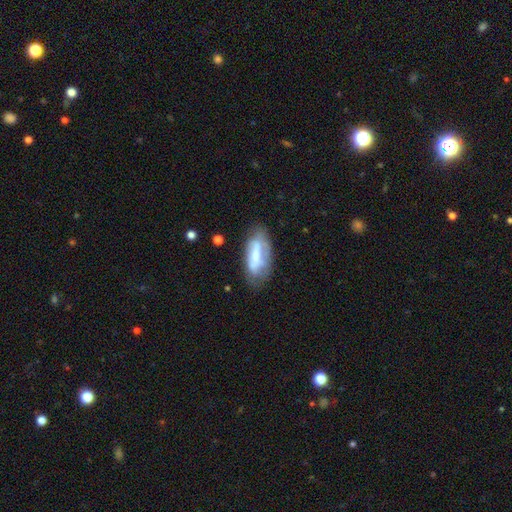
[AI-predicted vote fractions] Q: Smooth or featured?
A: featured or disk (49%); runner-up: smooth (44%)
Q: Merging?
A: none (60%); runner-up: minor disturbance (26%)